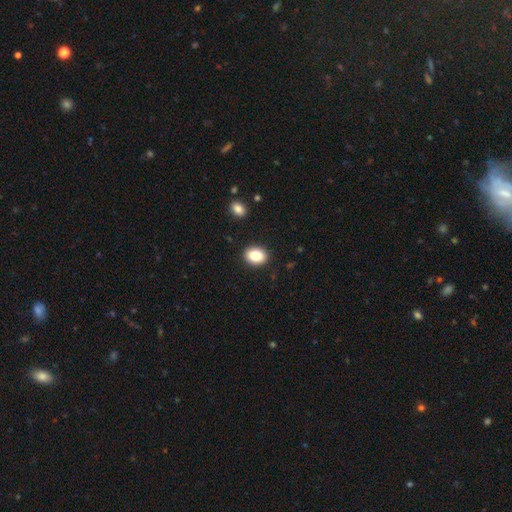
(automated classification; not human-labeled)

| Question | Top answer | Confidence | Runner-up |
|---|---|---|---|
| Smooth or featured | smooth | 84% | star or artifact (9%) |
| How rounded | in between | 58% | round (41%) |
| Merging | none | 90% | minor disturbance (7%) |